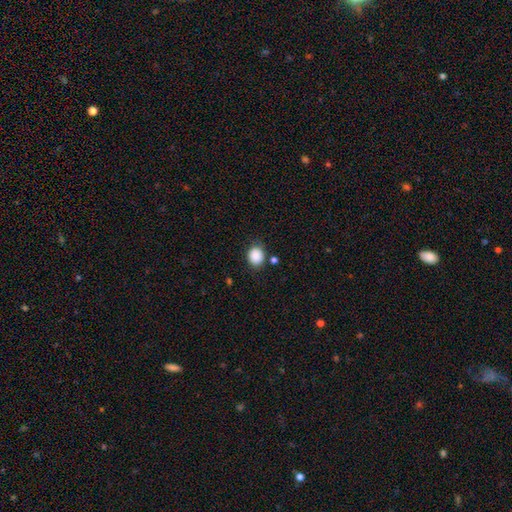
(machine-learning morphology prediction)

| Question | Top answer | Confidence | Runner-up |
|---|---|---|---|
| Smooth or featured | smooth | 88% | star or artifact (9%) |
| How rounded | round | 65% | in between (34%) |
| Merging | none | 79% | minor disturbance (13%) |